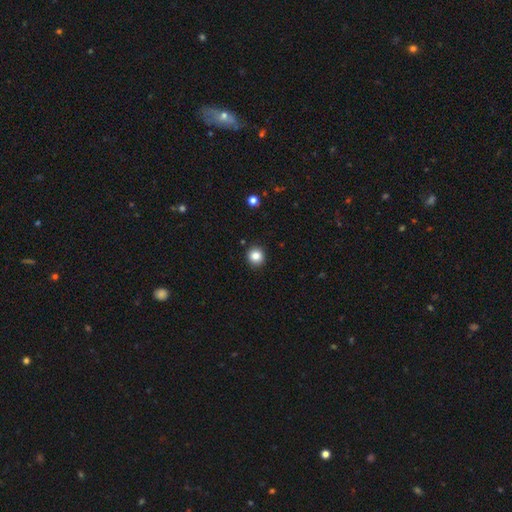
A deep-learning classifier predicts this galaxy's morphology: Smooth or featured?
  - smooth: 84% *
  - star or artifact: 11%
  - featured or disk: 5%
How rounded?
  - round: 91% *
  - in between: 8%
  - cigar-shaped: 1%
Merging?
  - none: 92% *
  - minor disturbance: 5%
  - major disturbance: 2%
  - merger: 1%